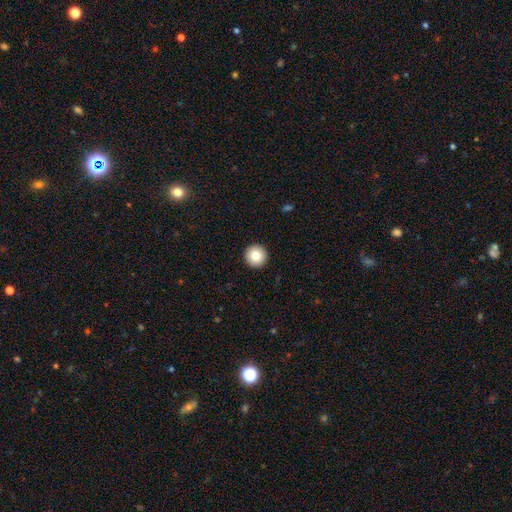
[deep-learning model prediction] Q: Smooth or featured?
A: smooth (83%); runner-up: star or artifact (9%)
Q: How rounded?
A: round (96%); runner-up: in between (3%)
Q: Merging?
A: none (94%); runner-up: minor disturbance (4%)